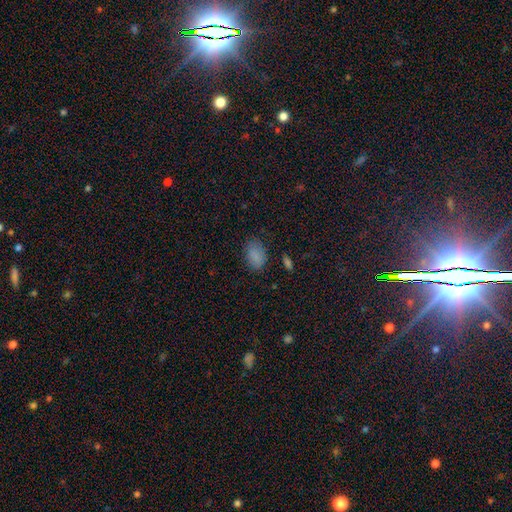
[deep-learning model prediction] A smooth galaxy with no disk features (84%) that is in between round and cigar-shaped (87%). Merging: none (76%).